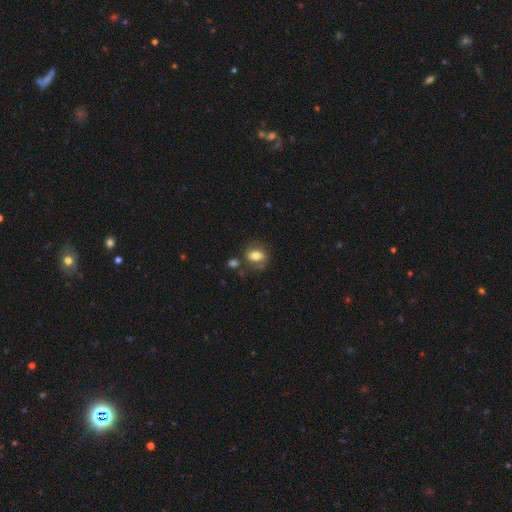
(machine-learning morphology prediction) Smooth or featured? smooth (63%)
How rounded? in between (60%)
Merging? none (61%)